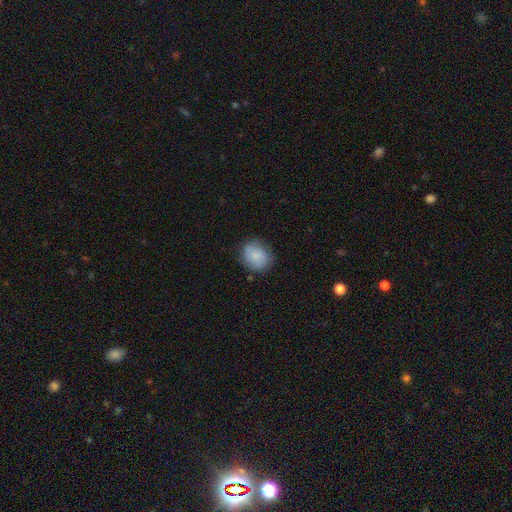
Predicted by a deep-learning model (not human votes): Q: Smooth or featured?
A: smooth (80%); runner-up: featured or disk (13%)
Q: How rounded?
A: round (67%); runner-up: in between (32%)
Q: Merging?
A: none (76%); runner-up: minor disturbance (18%)